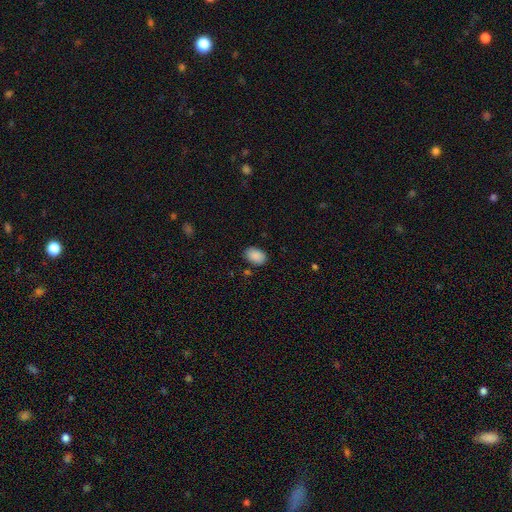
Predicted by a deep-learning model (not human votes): This appears to be a smooth galaxy with no disk features (89%) that is in between round and cigar-shaped (84%). Merging: none (84%).